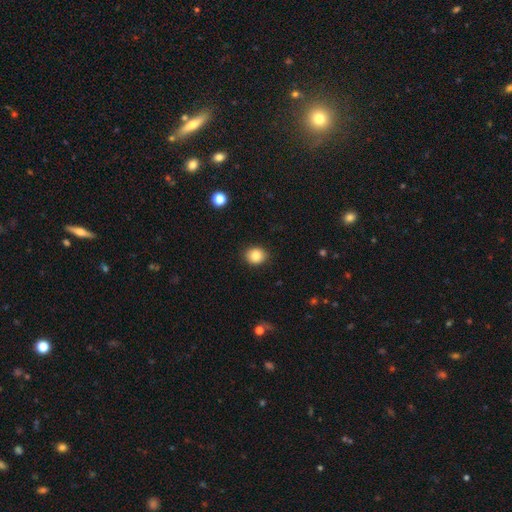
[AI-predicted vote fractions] Q: Smooth or featured?
A: smooth (85%); runner-up: star or artifact (10%)
Q: How rounded?
A: round (72%); runner-up: in between (28%)
Q: Merging?
A: none (89%); runner-up: minor disturbance (8%)